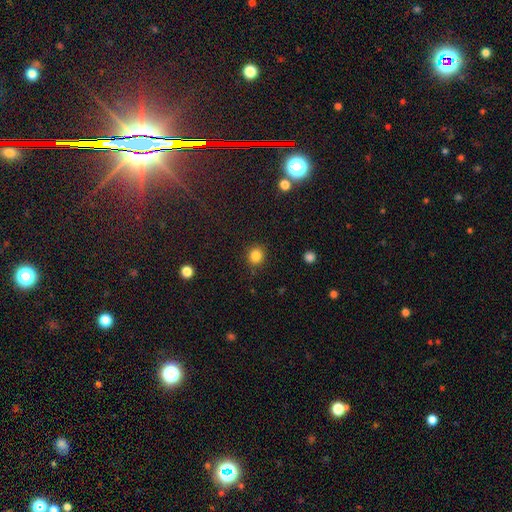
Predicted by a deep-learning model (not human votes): This appears to be a smooth galaxy with no disk features (84%) that is round (86%). Merging: none (88%).